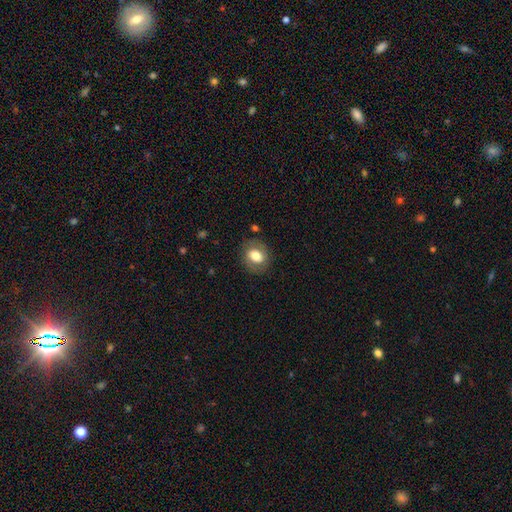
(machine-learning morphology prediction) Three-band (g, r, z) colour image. It shows a smooth galaxy with no disk features (66%) that is in between round and cigar-shaped (50%). Merging: none (81%).